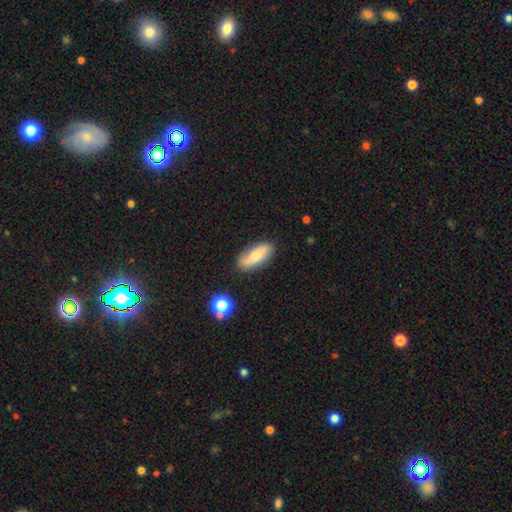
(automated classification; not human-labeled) Smooth or featured: smooth — 64% (featured or disk — 28%)
How rounded: in between — 78% (cigar-shaped — 18%)
Merging: none — 71% (minor disturbance — 20%)